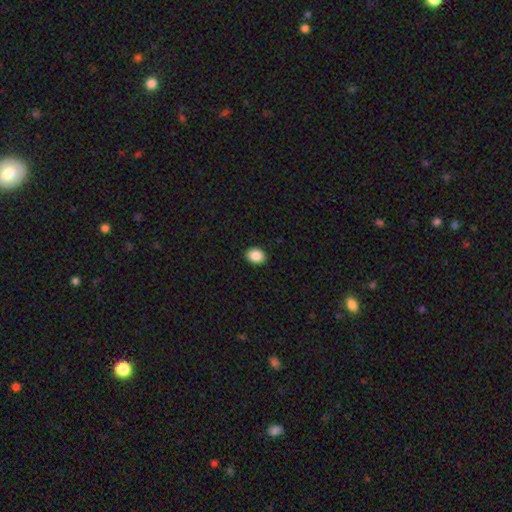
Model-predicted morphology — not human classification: type=smooth (88%); roundness=in between (58%); merging=none (91%).